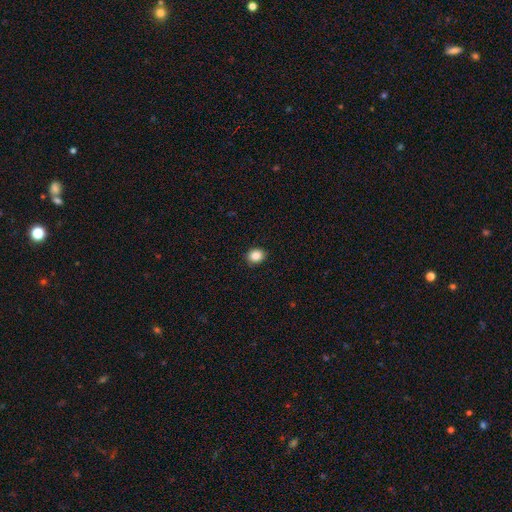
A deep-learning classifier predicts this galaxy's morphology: Smooth or featured?
  - smooth: 87% *
  - star or artifact: 9%
  - featured or disk: 4%
How rounded?
  - round: 65% *
  - in between: 34%
  - cigar-shaped: 1%
Merging?
  - none: 90% *
  - minor disturbance: 7%
  - major disturbance: 2%
  - merger: 1%